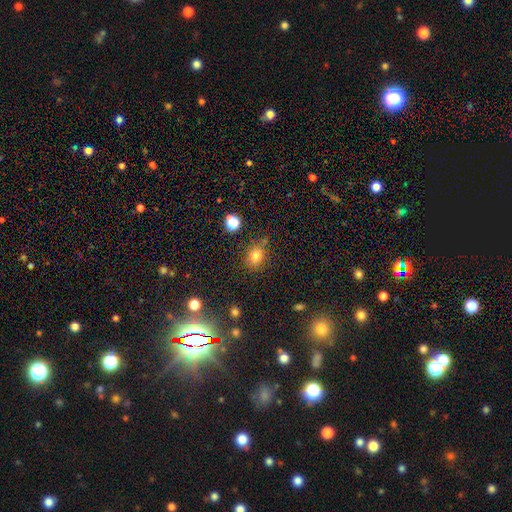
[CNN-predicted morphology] smooth-or-featured: smooth: 75% | star or artifact: 16% | featured or disk: 9%
  how-rounded: round: 54% | in between: 45% | cigar-shaped: 1%
  merging: none: 75% | minor disturbance: 14% | merger: 6% | major disturbance: 4%